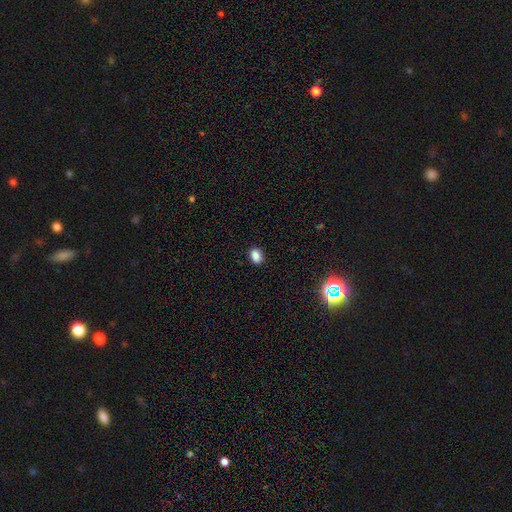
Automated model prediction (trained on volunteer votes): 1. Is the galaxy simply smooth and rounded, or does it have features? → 86% smooth, 10% star or artifact, 4% featured or disk.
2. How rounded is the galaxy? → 67% in between, 31% round, 1% cigar-shaped.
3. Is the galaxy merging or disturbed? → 90% none, 7% minor disturbance, 2% major disturbance, 1% merger.